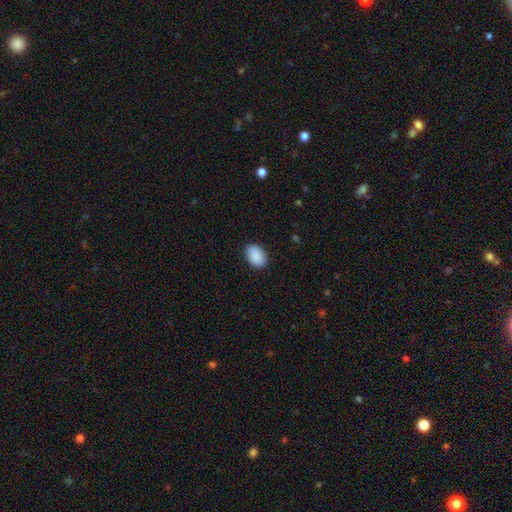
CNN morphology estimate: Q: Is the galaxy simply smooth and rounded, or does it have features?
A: smooth — 91%.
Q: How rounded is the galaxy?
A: in between — 89%.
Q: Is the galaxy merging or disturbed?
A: none — 88%.